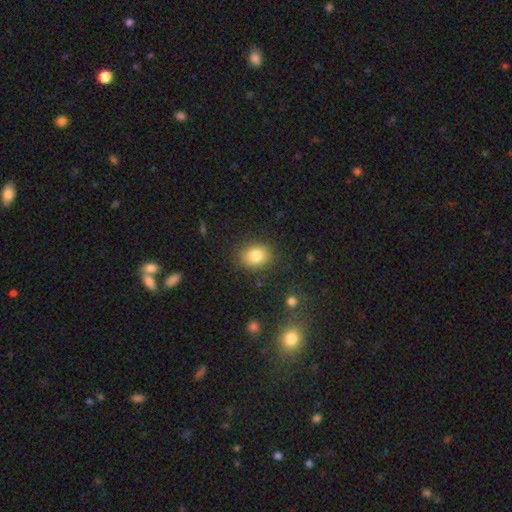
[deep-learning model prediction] smooth 83%, star or artifact 10%, featured or disk 7%. Down the decision tree: how rounded — in between (56%); merging — none (86%).